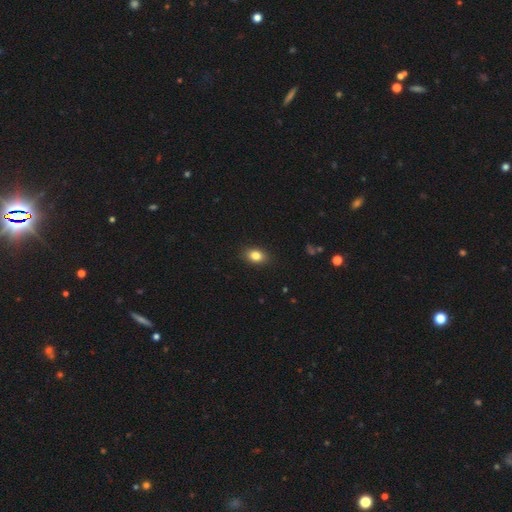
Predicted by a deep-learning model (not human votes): Overall: smooth (83%). How rounded: in between (73%). Merging: none (88%).